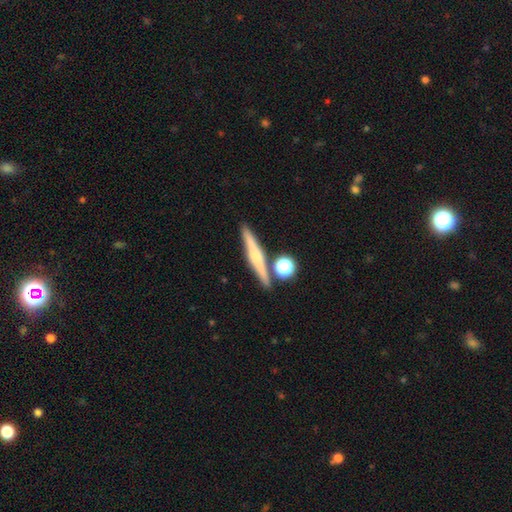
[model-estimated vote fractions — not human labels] Smooth or featured? Predicted: featured or disk (p=0.55). Edge-on disk? Predicted: yes (p=0.92). Edge-on bulge? Predicted: rounded (p=0.64). Merging? Predicted: none (p=0.78).